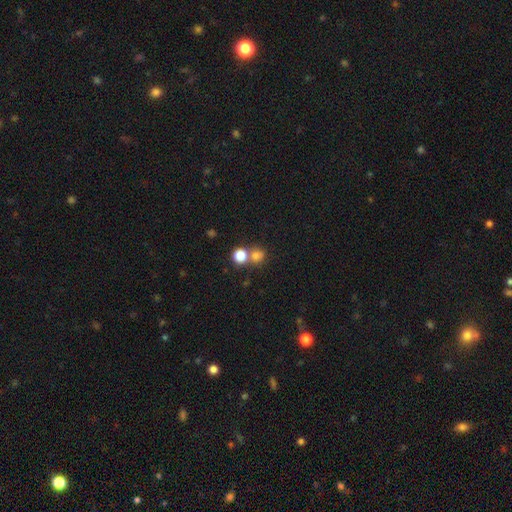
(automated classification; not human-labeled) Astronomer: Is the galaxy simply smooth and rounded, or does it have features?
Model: smooth — 76%.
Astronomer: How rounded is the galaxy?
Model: round — 85%.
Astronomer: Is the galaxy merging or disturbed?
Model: none — 52% (runner-up: merger, 37%).